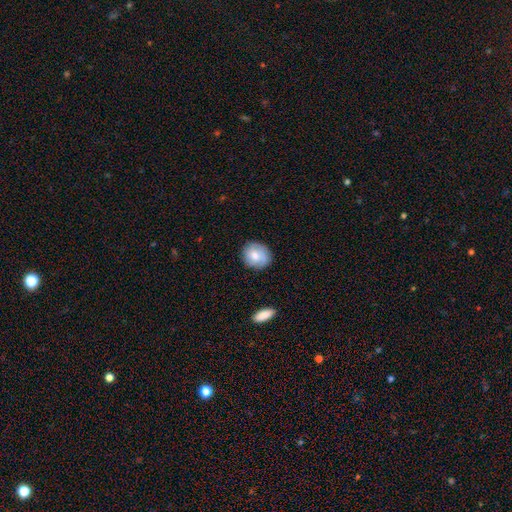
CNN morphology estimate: A smooth galaxy with no disk features (74%) that is round (80%).

Vote fractions:
- Smooth or featured? smooth: 74% / featured or disk: 19% / star or artifact: 7%
- How rounded? round: 80% / in between: 19% / cigar-shaped: 1%
- Merging? none: 81% / minor disturbance: 15% / major disturbance: 3% / merger: 2%